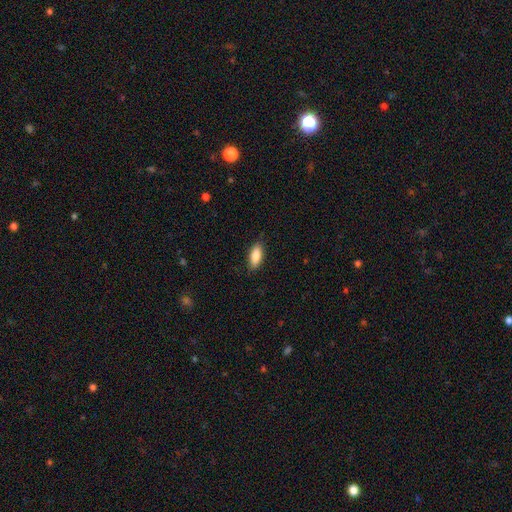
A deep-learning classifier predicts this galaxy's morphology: A smooth galaxy with no disk features (87%) that is in between round and cigar-shaped (82%).

Vote fractions:
- Smooth or featured? smooth: 87% / featured or disk: 7% / star or artifact: 6%
- How rounded? in between: 82% / cigar-shaped: 16% / round: 2%
- Merging? none: 87% / minor disturbance: 10% / major disturbance: 2% / merger: 1%